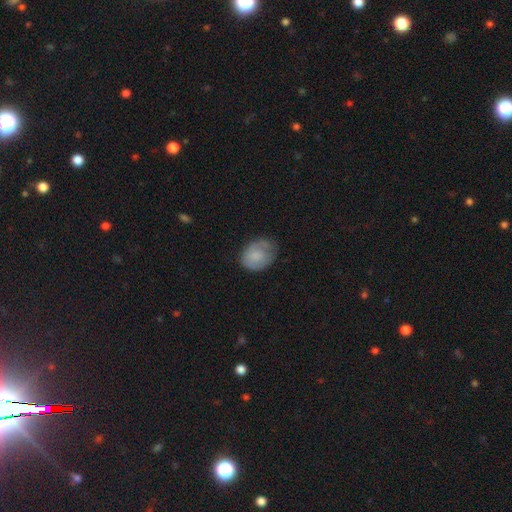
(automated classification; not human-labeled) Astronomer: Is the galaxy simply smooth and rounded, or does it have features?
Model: smooth — 74%.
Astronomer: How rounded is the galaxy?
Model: in between — 67%.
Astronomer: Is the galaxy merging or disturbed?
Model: none — 57%.